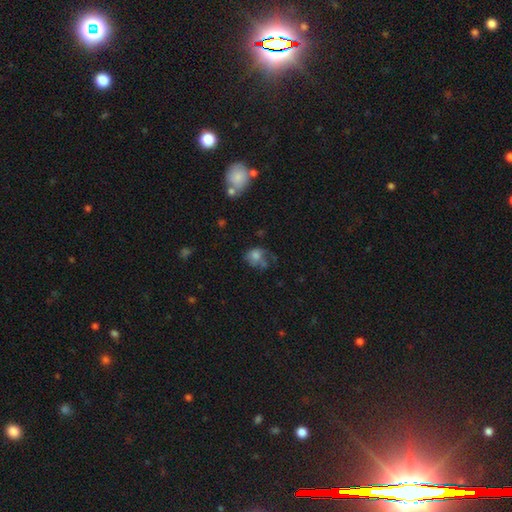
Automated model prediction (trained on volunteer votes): Q: Smooth or featured?
A: smooth (62%); runner-up: featured or disk (25%)
Q: How rounded?
A: round (56%); runner-up: in between (42%)
Q: Merging?
A: none (33%); runner-up: major disturbance (31%)